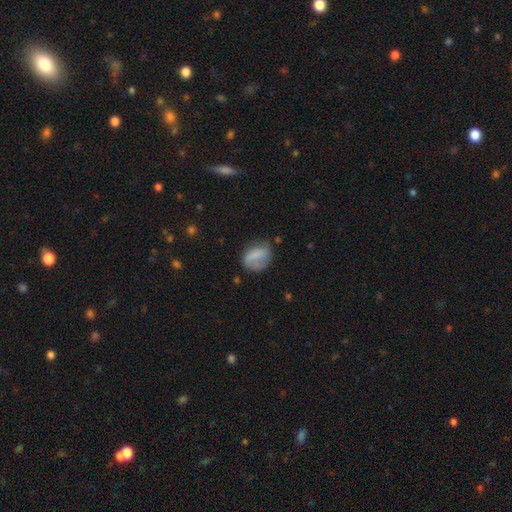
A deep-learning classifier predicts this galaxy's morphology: smooth_or_featured: smooth (p=0.71) [alt: featured or disk p=0.21]
how_rounded: in between (p=0.63) [alt: round p=0.35]
merging: none (p=0.53) [alt: minor disturbance p=0.29]